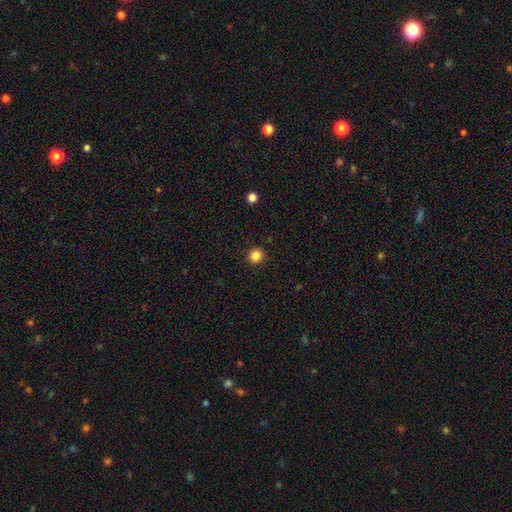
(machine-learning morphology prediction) The model was most divided on "smooth or featured": smooth: 84%, star or artifact: 12%, featured or disk: 4%. More confident: how rounded — round (93%); merging — none (93%).